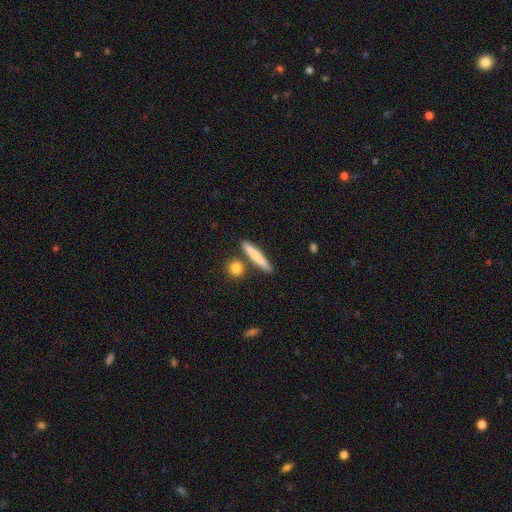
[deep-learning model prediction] Smooth or featured? smooth (76%)
How rounded? cigar-shaped (87%)
Merging? none (81%)